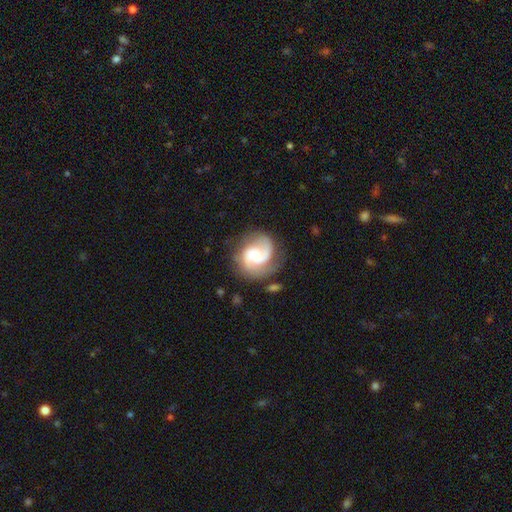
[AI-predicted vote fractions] Smooth or featured? featured or disk (81%)
Edge-on disk? no (98%)
Bar? no (55%)
Spiral arms? yes (97%)
Spiral winding? medium (49%)
Spiral arm count? 2 (78%)
Bulge size? small (32%)
Merging? none (68%)